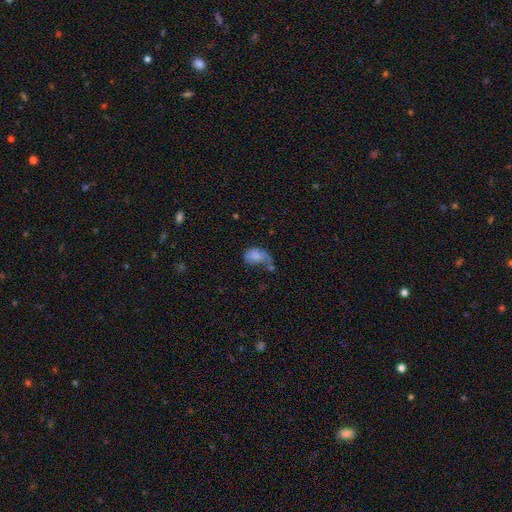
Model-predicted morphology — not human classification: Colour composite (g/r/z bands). It shows a smooth galaxy with no disk features (74%) that is in between round and cigar-shaped (78%). Merging: none (28%).